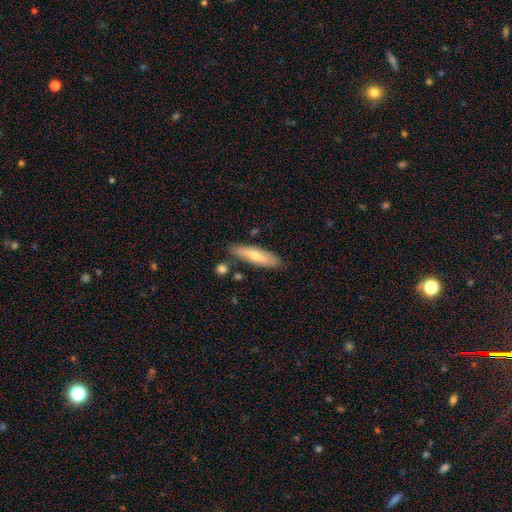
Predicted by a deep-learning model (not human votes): Morphology: type=smooth (62%); roundness=cigar-shaped (67%); merging=none (80%).